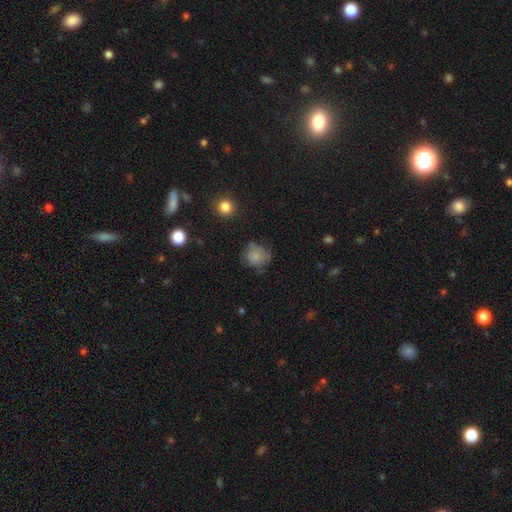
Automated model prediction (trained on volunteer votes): Smooth or featured? smooth (73%)
How rounded? round (77%)
Merging? none (57%)